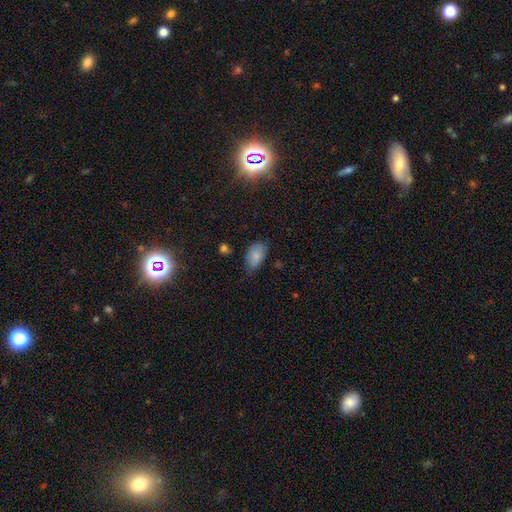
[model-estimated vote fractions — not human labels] smooth_or_featured: smooth (p=0.84) [alt: star or artifact p=0.09]
how_rounded: in between (p=0.92) [alt: round p=0.06]
merging: none (p=0.70) [alt: minor disturbance p=0.24]